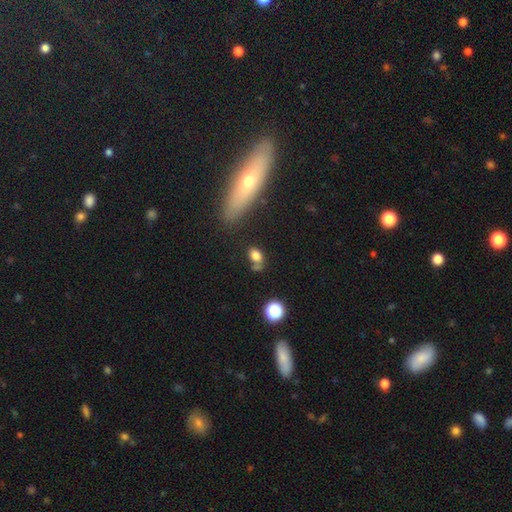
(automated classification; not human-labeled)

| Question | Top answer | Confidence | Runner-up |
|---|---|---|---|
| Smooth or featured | smooth | 77% | star or artifact (13%) |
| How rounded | in between | 75% | round (22%) |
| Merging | none | 49% | merger (25%) |